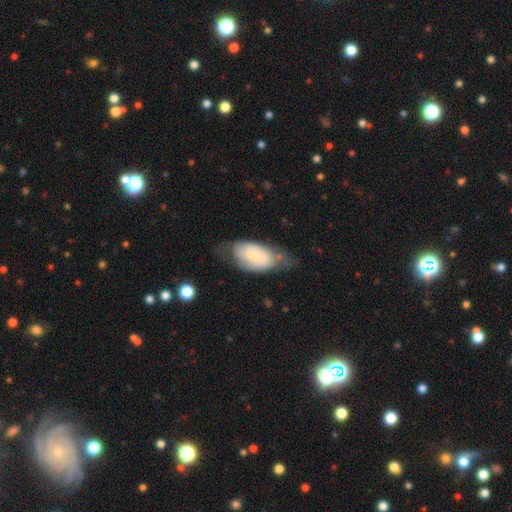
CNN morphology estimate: Overall: smooth (49%; featured or disk 44%). Merging: none (43%; minor disturbance 34%).